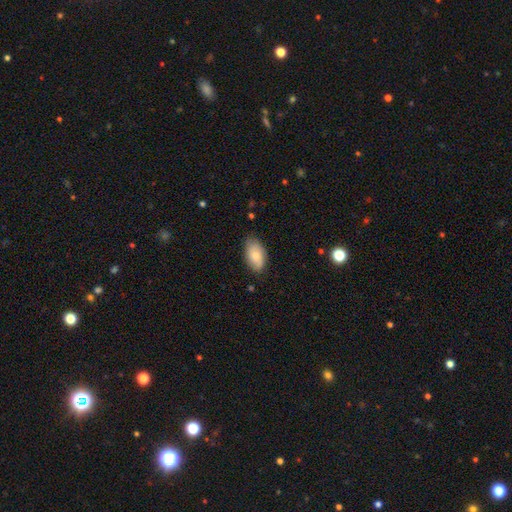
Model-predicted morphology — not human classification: The model was most divided on "smooth or featured": smooth: 73%, featured or disk: 20%, star or artifact: 7%. More confident: how rounded — in between (93%); merging — none (78%).